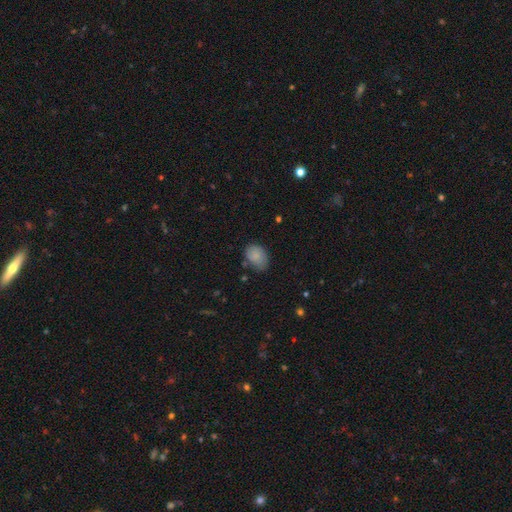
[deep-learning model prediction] A smooth galaxy with no disk features (82%) that is in between round and cigar-shaped (75%). Merging: none (65%).